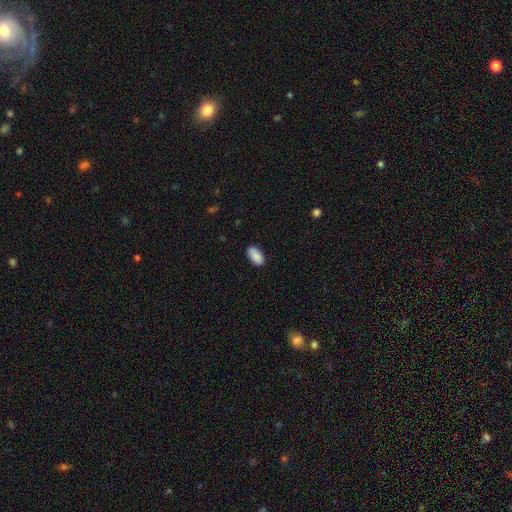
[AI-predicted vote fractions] Smooth or featured?
  - smooth: 89% *
  - star or artifact: 6%
  - featured or disk: 4%
How rounded?
  - in between: 94% *
  - cigar-shaped: 4%
  - round: 2%
Merging?
  - none: 87% *
  - minor disturbance: 10%
  - major disturbance: 2%
  - merger: 1%